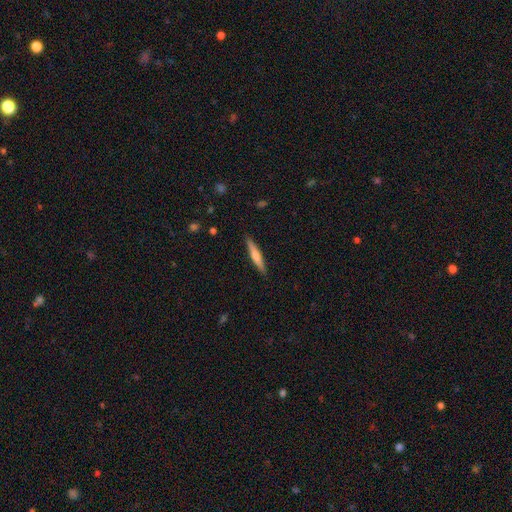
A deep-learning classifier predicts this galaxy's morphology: The model was most divided on "smooth or featured": smooth: 56%, featured or disk: 38%, star or artifact: 6%. More confident: how rounded — cigar-shaped (93%); merging — none (91%).